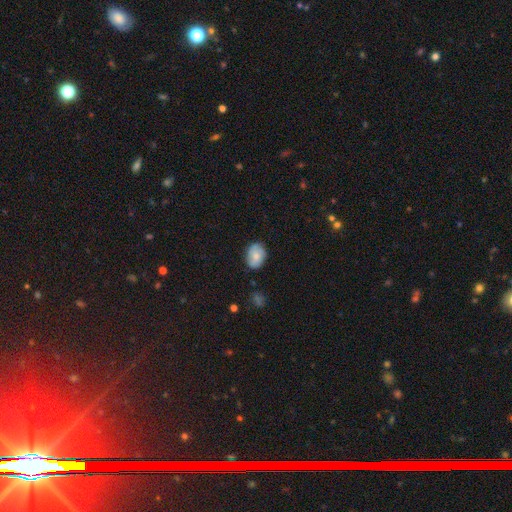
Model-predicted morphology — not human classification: A smooth galaxy with no disk features (65%) that is in between round and cigar-shaped (74%).

Vote fractions:
- Smooth or featured? smooth: 65% / featured or disk: 27% / star or artifact: 8%
- How rounded? in between: 74% / round: 25% / cigar-shaped: 1%
- Merging? none: 71% / minor disturbance: 23% / major disturbance: 4% / merger: 2%